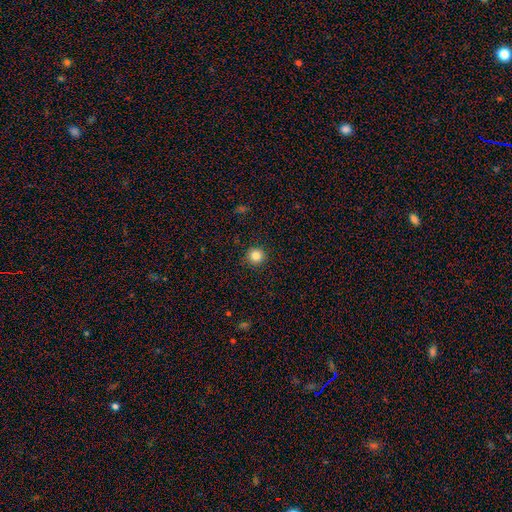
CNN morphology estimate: Smooth or featured? smooth (84%)
How rounded? round (94%)
Merging? none (92%)